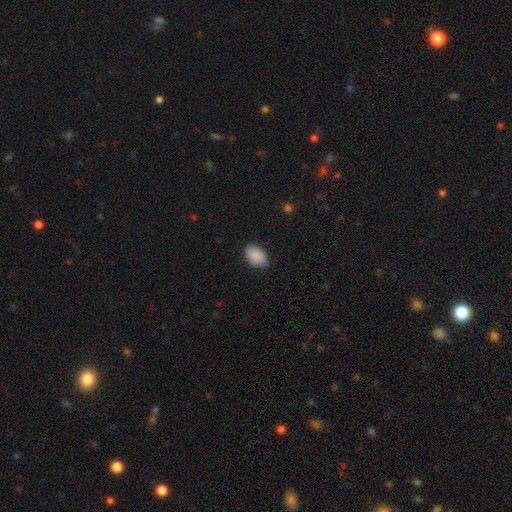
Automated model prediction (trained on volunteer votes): smooth_or_featured: smooth (p=0.90) [alt: star or artifact p=0.06]
how_rounded: in between (p=0.92) [alt: round p=0.07]
merging: none (p=0.84) [alt: minor disturbance p=0.12]